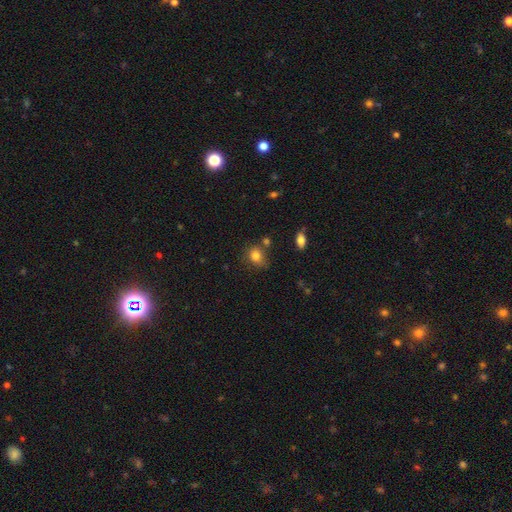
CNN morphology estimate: A smooth galaxy with no disk features (82%) that is round (56%).

Vote fractions:
- Smooth or featured? smooth: 82% / star or artifact: 11% / featured or disk: 8%
- How rounded? round: 56% / in between: 42% / cigar-shaped: 1%
- Merging? none: 64% / minor disturbance: 22% / merger: 8% / major disturbance: 6%